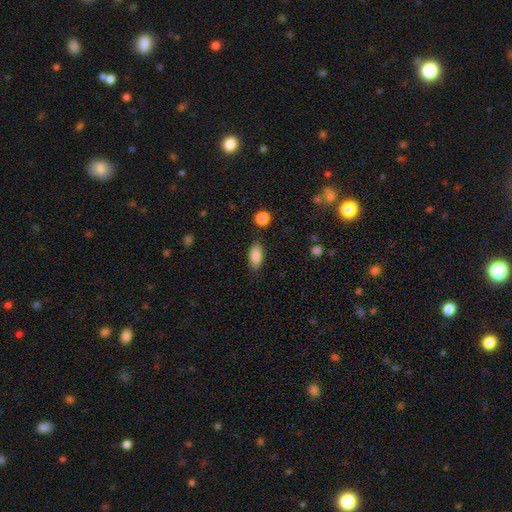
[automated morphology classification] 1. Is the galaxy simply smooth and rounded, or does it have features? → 86% smooth, 7% star or artifact, 7% featured or disk.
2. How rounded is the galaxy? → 88% in between, 8% cigar-shaped, 4% round.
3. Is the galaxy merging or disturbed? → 83% none, 11% minor disturbance, 3% major disturbance, 2% merger.